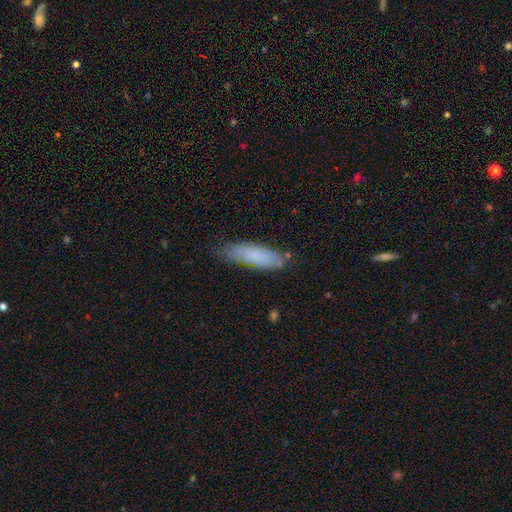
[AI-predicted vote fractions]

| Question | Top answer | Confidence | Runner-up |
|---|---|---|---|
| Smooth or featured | smooth | 77% | featured or disk (16%) |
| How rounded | cigar-shaped | 52% | in between (47%) |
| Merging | none | 68% | minor disturbance (24%) |